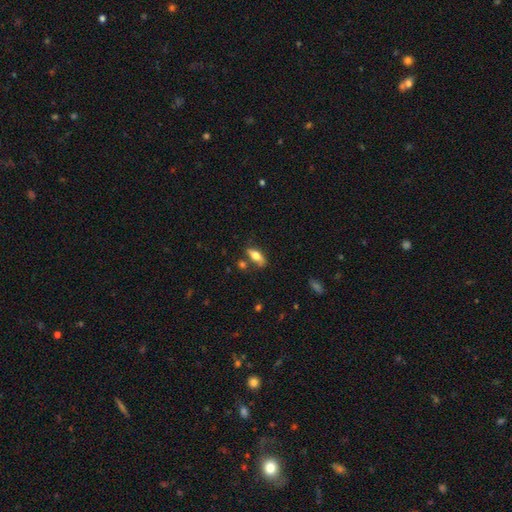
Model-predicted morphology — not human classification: smooth-or-featured: smooth: 64% | featured or disk: 29% | star or artifact: 7%
  how-rounded: in between: 72% | cigar-shaped: 24% | round: 3%
  merging: none: 67% | minor disturbance: 18% | merger: 9% | major disturbance: 6%